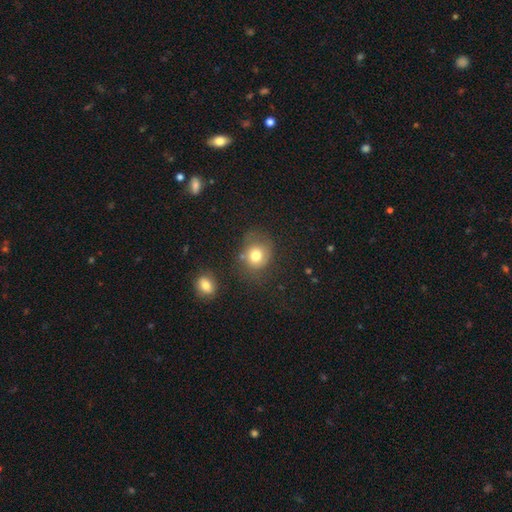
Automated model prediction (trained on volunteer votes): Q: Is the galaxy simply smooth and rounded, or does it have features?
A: smooth — 76%.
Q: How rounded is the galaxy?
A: round — 69%.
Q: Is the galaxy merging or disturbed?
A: none — 60%.